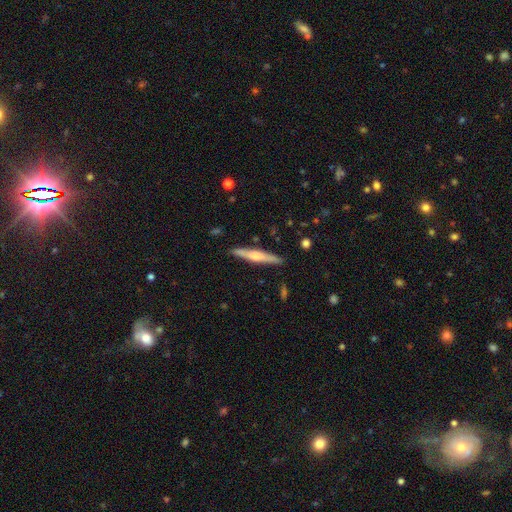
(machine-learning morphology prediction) smooth_or_featured: featured or disk (p=0.61) [alt: smooth p=0.34]
disk_edge_on: yes (p=0.97) [alt: no p=0.03]
edge_on_bulge: rounded (p=0.81) [alt: none p=0.10]
merging: none (p=0.90) [alt: minor disturbance p=0.07]